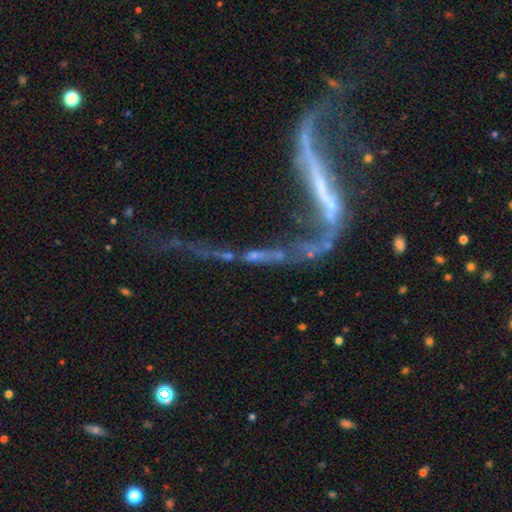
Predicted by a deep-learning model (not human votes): The model was most divided on "merging": merger: 38%, none: 25%, major disturbance: 25%, minor disturbance: 13%. More confident: edge-on disk — no (66%); smooth or featured — featured or disk (54%).